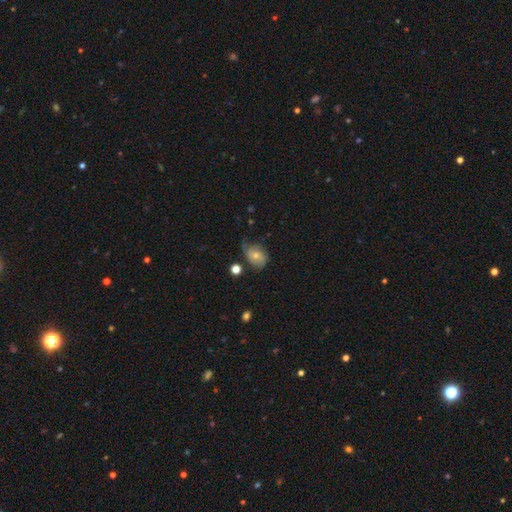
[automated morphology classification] Smooth or featured: smooth — 59% (featured or disk — 32%)
How rounded: in between — 61% (round — 38%)
Merging: none — 44% (minor disturbance — 35%)